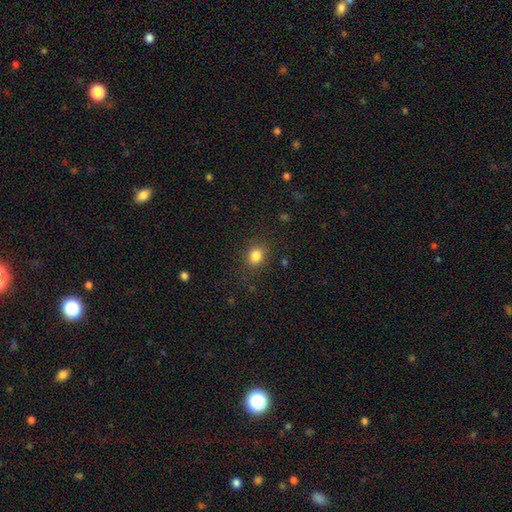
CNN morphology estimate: Overall: smooth (83%). How rounded: round (64%; in between 35%). Merging: none (85%).